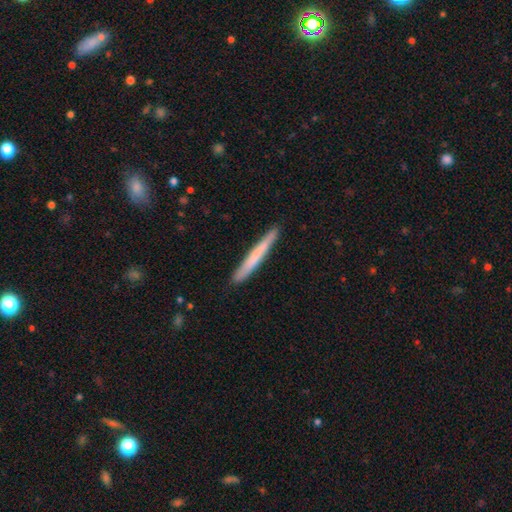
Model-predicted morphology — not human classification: smooth_or_featured: smooth (p=0.65) [alt: featured or disk p=0.30]
how_rounded: cigar-shaped (p=0.97) [alt: in between p=0.02]
merging: none (p=0.90) [alt: minor disturbance p=0.08]